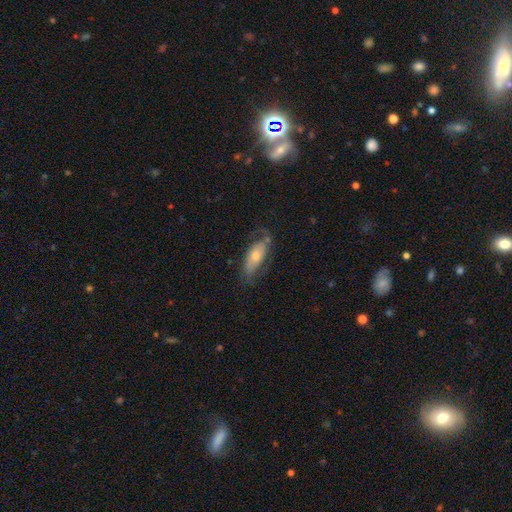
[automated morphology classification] smooth-or-featured: featured or disk: 49% | smooth: 44% | star or artifact: 7%
  merging: none: 57% | minor disturbance: 24% | major disturbance: 17% | merger: 2%